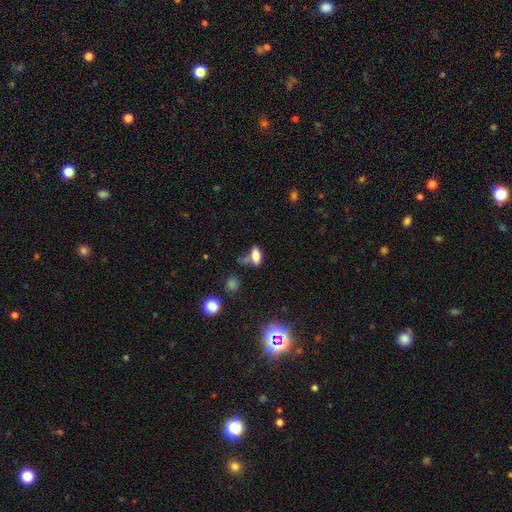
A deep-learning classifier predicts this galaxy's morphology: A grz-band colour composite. It shows a smooth galaxy with no disk features (72%) that is in between round and cigar-shaped (81%). Merging: none (44%).